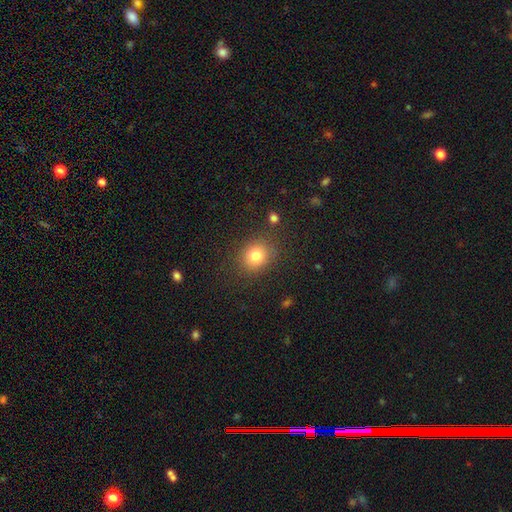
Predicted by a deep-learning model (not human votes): This is likely a smooth galaxy (80%). How rounded: likely round (72%). Merging: clearly none (83%).